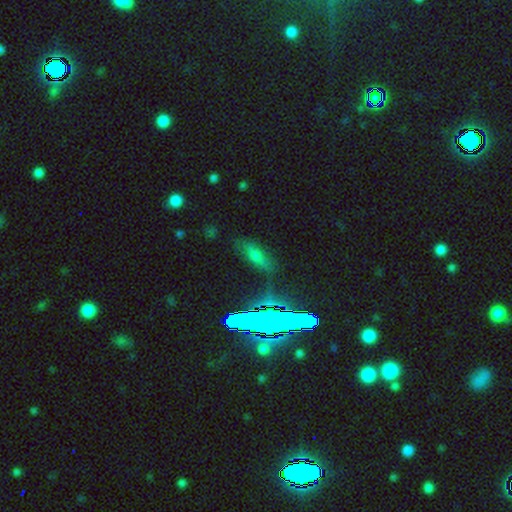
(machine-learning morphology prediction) A smooth galaxy with no disk features (49%). Merging: none (72%).